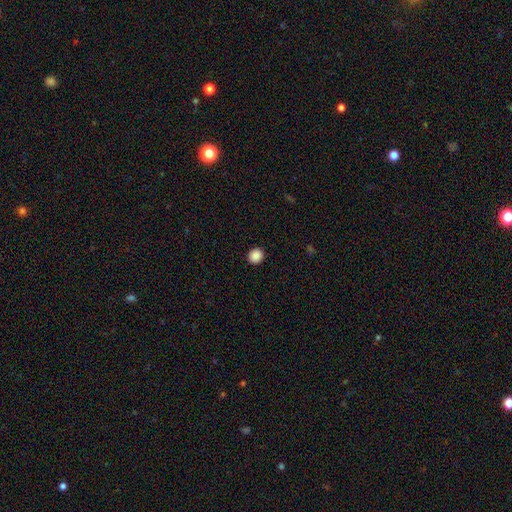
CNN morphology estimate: Smooth or featured?
  - smooth: 89% *
  - star or artifact: 9%
  - featured or disk: 2%
How rounded?
  - round: 87% *
  - in between: 12%
  - cigar-shaped: 1%
Merging?
  - none: 93% *
  - minor disturbance: 5%
  - major disturbance: 2%
  - merger: 1%